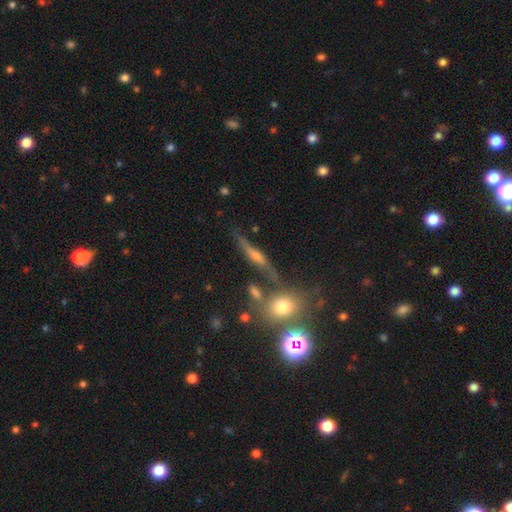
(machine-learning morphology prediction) Smooth or featured: featured or disk — 62% (smooth — 21%)
Edge-on disk: yes — 82% (no — 18%)
Edge-on bulge: rounded — 79% (none — 11%)
Merging: none — 70% (minor disturbance — 15%)